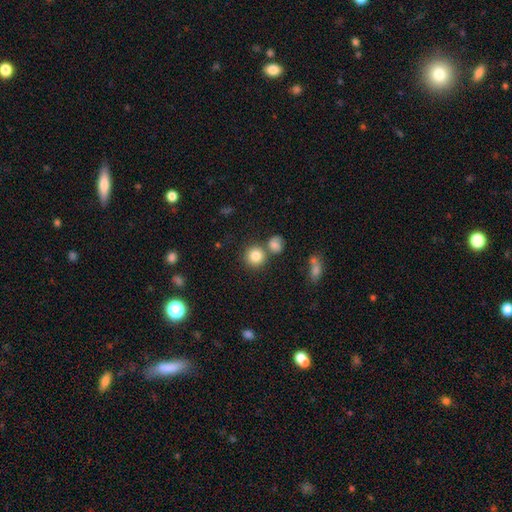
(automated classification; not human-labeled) Smooth or featured? Predicted: smooth (p=0.83). How rounded? Predicted: round (p=0.90). Merging? Predicted: none (p=0.70).